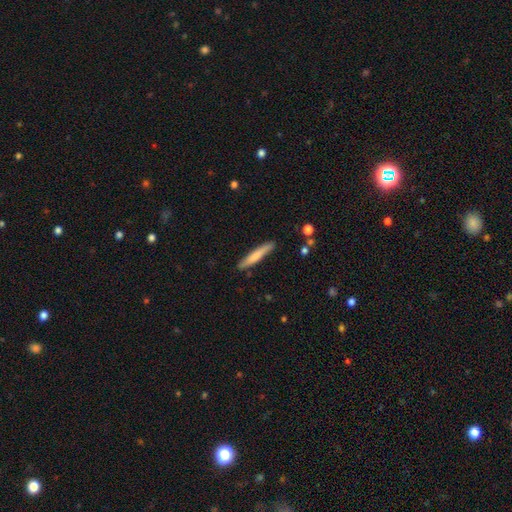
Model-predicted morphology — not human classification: smooth 71%, featured or disk 24%, star or artifact 5%. Down the decision tree: how rounded — cigar-shaped (94%); merging — none (86%).